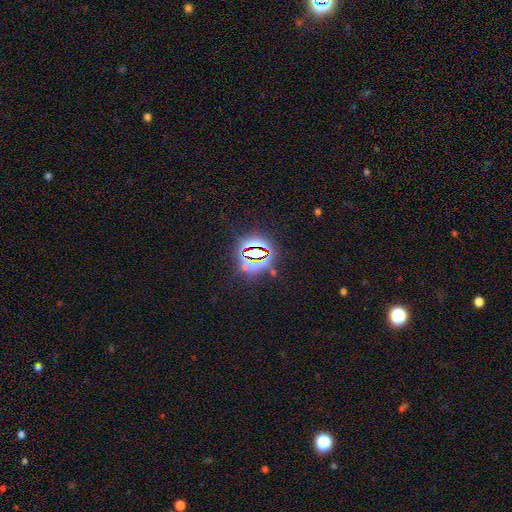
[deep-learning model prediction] Smooth or featured: star or artifact — 76% (smooth — 15%)